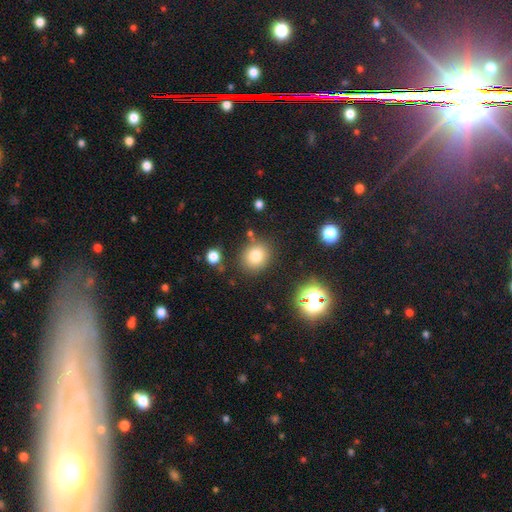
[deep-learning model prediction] Morphology: type=smooth (78%); roundness=round (78%); merging=none (82%).